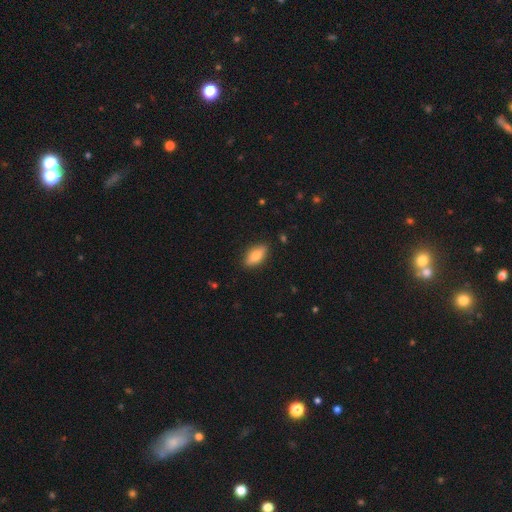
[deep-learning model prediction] Smooth or featured? Predicted: smooth (p=0.73). How rounded? Predicted: in between (p=0.82). Merging? Predicted: none (p=0.87).